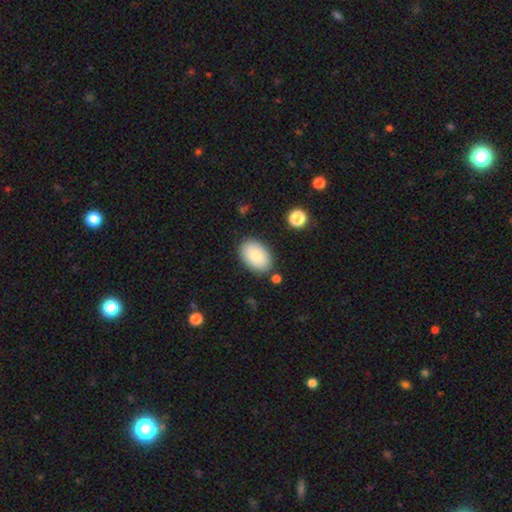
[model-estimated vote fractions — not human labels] The model was most divided on "smooth or featured": smooth: 82%, featured or disk: 11%, star or artifact: 7%. More confident: how rounded — in between (89%); merging — none (84%).